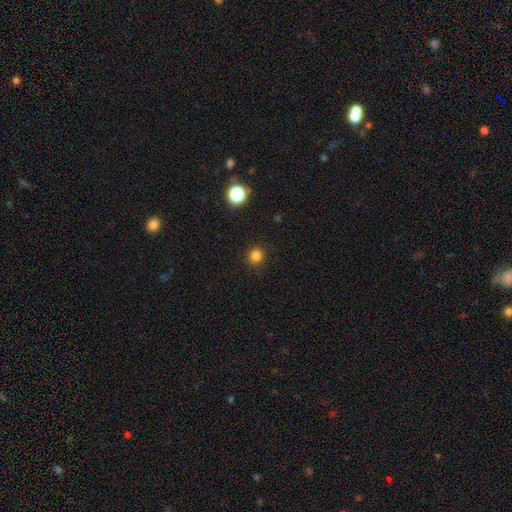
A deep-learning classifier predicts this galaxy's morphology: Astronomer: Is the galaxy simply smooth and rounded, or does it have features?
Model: smooth — 82%.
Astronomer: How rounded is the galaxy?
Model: round — 92%.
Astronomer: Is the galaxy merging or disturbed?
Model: none — 91%.